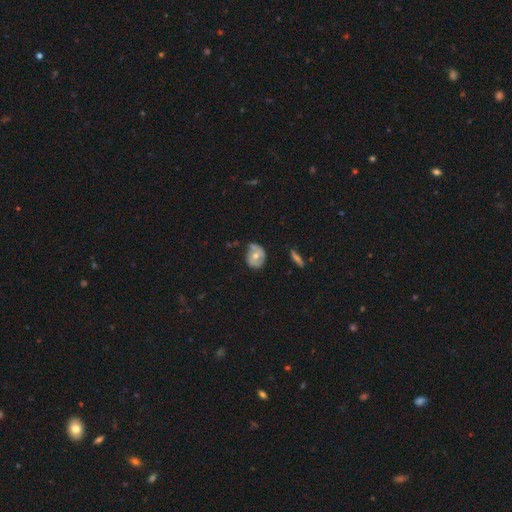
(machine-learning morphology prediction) The model was most divided on "smooth or featured": featured or disk: 49%, smooth: 43%, star or artifact: 7%. Remaining: merging — none (47%).